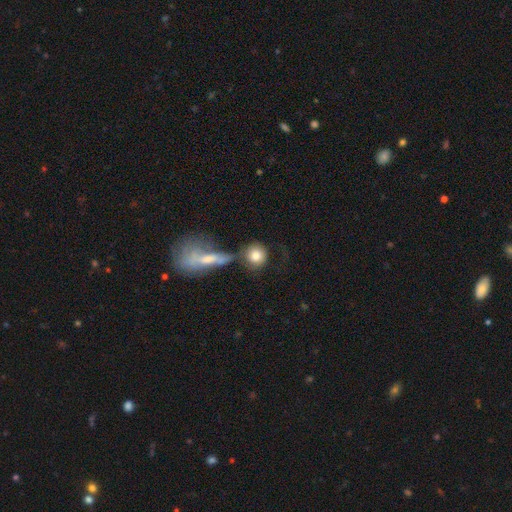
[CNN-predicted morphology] This appears to be a smooth galaxy with no disk features (78%) that is round (86%). Merging: none (46%).